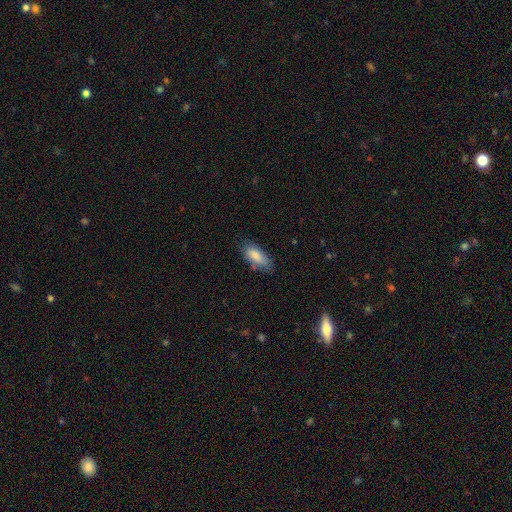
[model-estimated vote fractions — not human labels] Smooth or featured?
  - smooth: 82% *
  - featured or disk: 11%
  - star or artifact: 7%
How rounded?
  - in between: 84% *
  - cigar-shaped: 14%
  - round: 2%
Merging?
  - none: 67% *
  - minor disturbance: 25%
  - major disturbance: 5%
  - merger: 3%